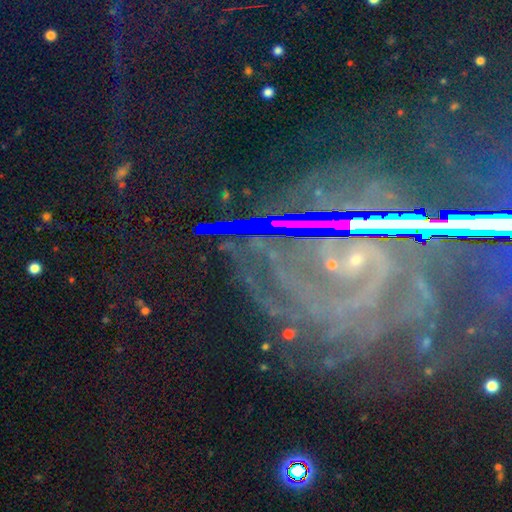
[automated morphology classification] Overall: featured or disk (49%; star or artifact 40%). Merging: none (61%).